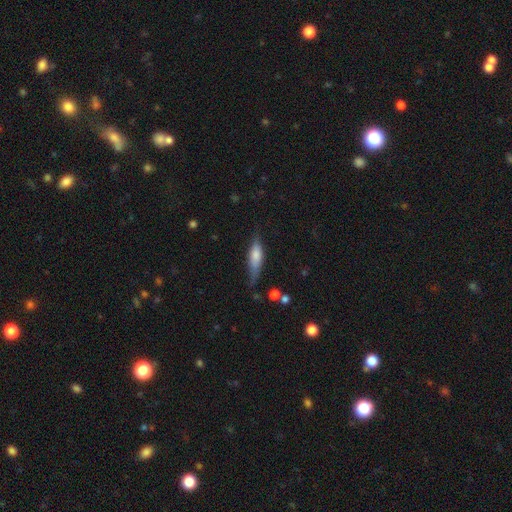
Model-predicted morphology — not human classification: A smooth galaxy with no disk features (59%) that is cigar-shaped (54%).

Vote fractions:
- Smooth or featured? smooth: 59% / featured or disk: 34% / star or artifact: 7%
- How rounded? cigar-shaped: 54% / in between: 44% / round: 3%
- Merging? none: 59% / minor disturbance: 29% / major disturbance: 8% / merger: 3%